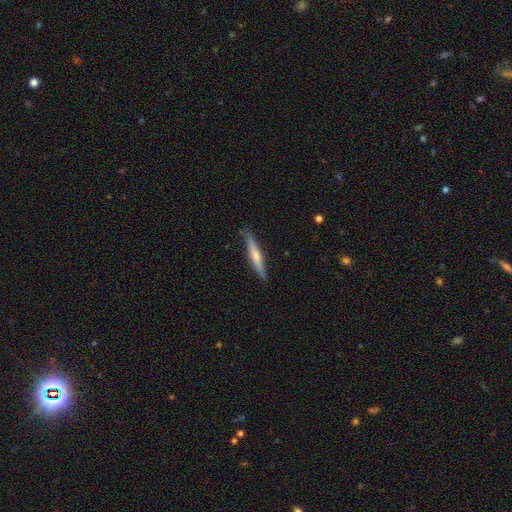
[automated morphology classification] smooth 50%, featured or disk 45%, star or artifact 5%. Down the decision tree: merging — none (86%).